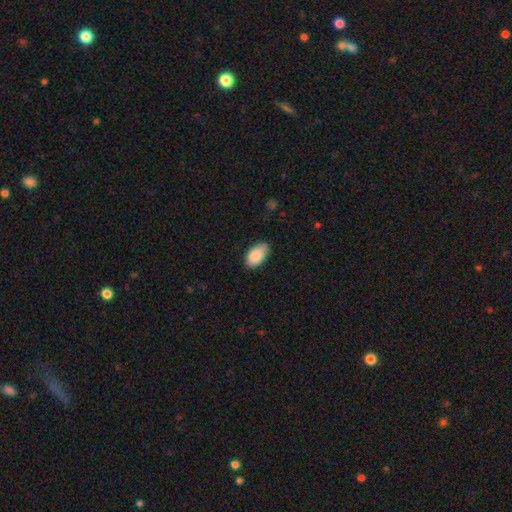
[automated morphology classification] A smooth galaxy with no disk features (88%) that is in between round and cigar-shaped (95%).

Vote fractions:
- Smooth or featured? smooth: 88% / star or artifact: 6% / featured or disk: 5%
- How rounded? in between: 95% / round: 4% / cigar-shaped: 1%
- Merging? none: 80% / minor disturbance: 16% / major disturbance: 2% / merger: 1%